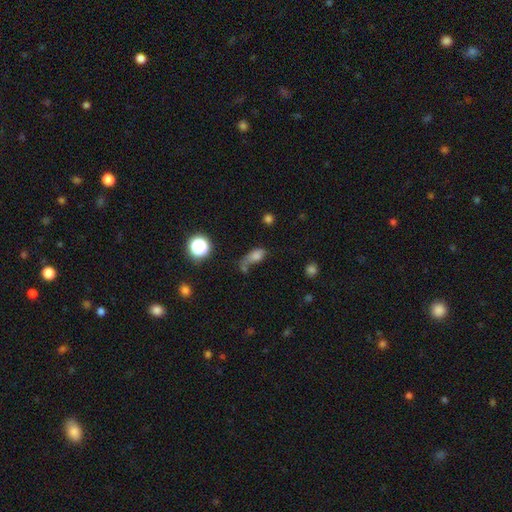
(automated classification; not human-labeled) smooth-or-featured: smooth: 68% | star or artifact: 17% | featured or disk: 15%
  how-rounded: in between: 71% | round: 19% | cigar-shaped: 10%
  merging: major disturbance: 30% | none: 29% | minor disturbance: 22% | merger: 20%